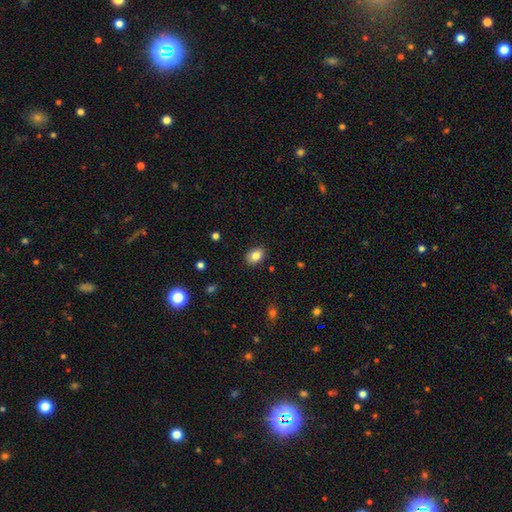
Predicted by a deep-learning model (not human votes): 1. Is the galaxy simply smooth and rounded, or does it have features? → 84% smooth, 9% star or artifact, 8% featured or disk.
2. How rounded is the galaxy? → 78% in between, 21% round, 1% cigar-shaped.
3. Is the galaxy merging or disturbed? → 86% none, 10% minor disturbance, 2% major disturbance, 1% merger.